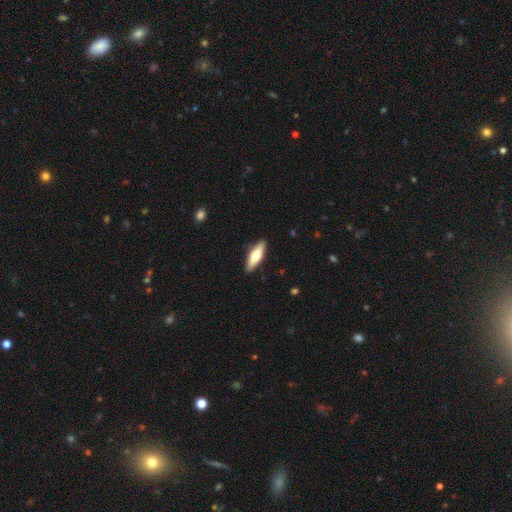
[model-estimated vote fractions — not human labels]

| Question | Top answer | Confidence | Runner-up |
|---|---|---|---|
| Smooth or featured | smooth | 59% | featured or disk (35%) |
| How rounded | cigar-shaped | 55% | in between (43%) |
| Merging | none | 88% | minor disturbance (9%) |